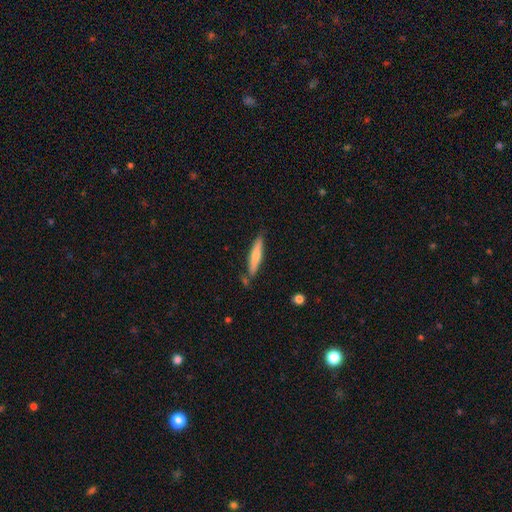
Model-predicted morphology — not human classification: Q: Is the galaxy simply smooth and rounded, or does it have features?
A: smooth — 65%.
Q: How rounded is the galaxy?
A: cigar-shaped — 88%.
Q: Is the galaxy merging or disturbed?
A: none — 78%.